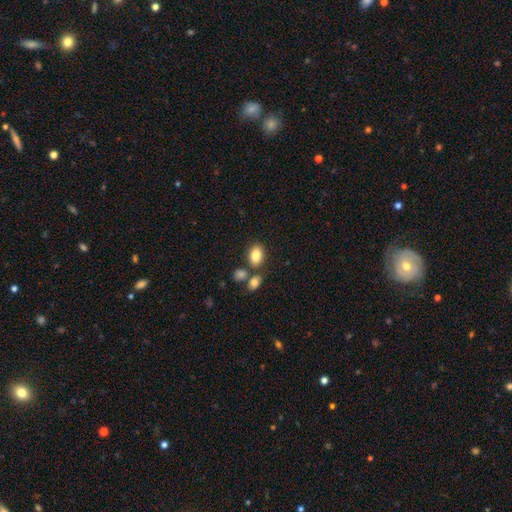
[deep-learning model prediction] Smooth or featured: smooth — 83% (featured or disk — 9%)
How rounded: in between — 79% (round — 20%)
Merging: none — 67% (merger — 18%)